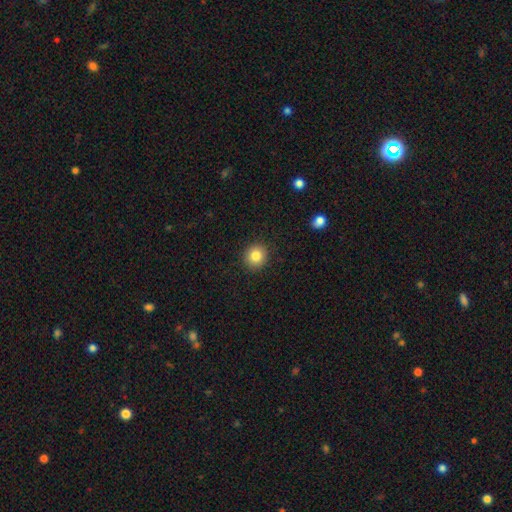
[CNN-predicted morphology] smooth_or_featured: smooth (p=0.83) [alt: star or artifact p=0.10]
how_rounded: round (p=0.89) [alt: in between p=0.10]
merging: none (p=0.91) [alt: minor disturbance p=0.06]